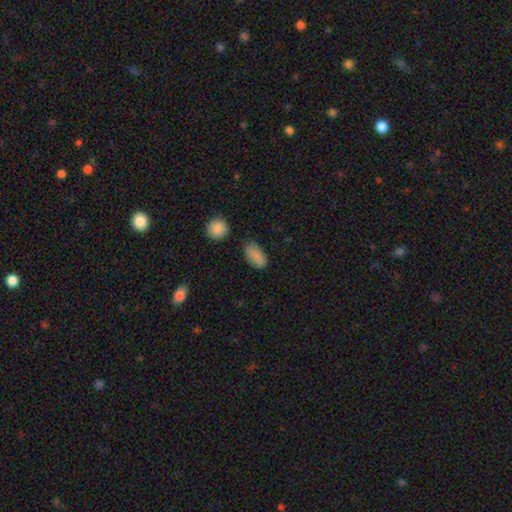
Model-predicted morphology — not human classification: A smooth galaxy with no disk features (86%) that is in between round and cigar-shaped (91%).

Vote fractions:
- Smooth or featured? smooth: 86% / star or artifact: 9% / featured or disk: 5%
- How rounded? in between: 91% / round: 5% / cigar-shaped: 3%
- Merging? none: 74% / minor disturbance: 18% / major disturbance: 4% / merger: 4%